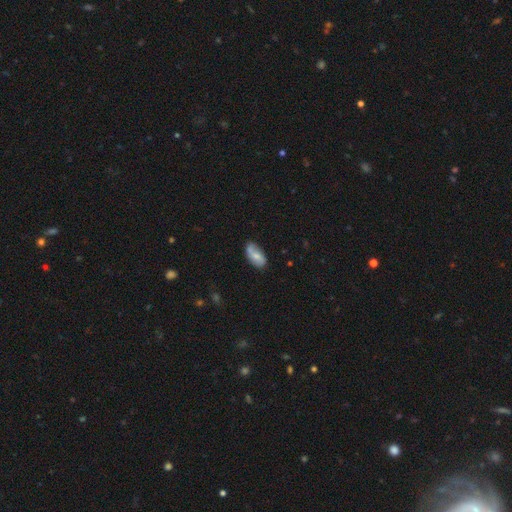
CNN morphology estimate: This is possibly a smooth galaxy (56%). How rounded: clearly in between (91%). Merging: possibly none (60%).